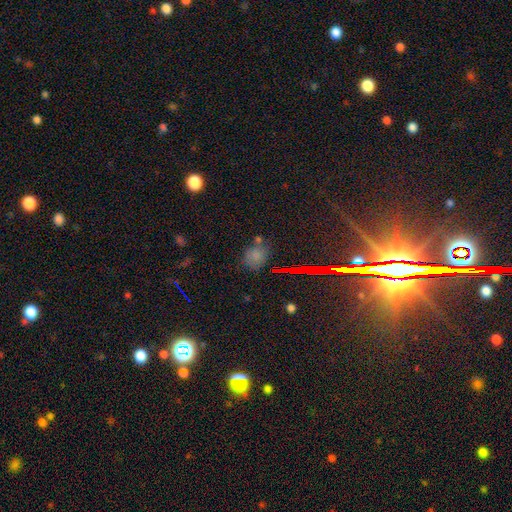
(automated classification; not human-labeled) Overall: smooth (70%). How rounded: round (65%; in between 33%). Merging: none (65%).